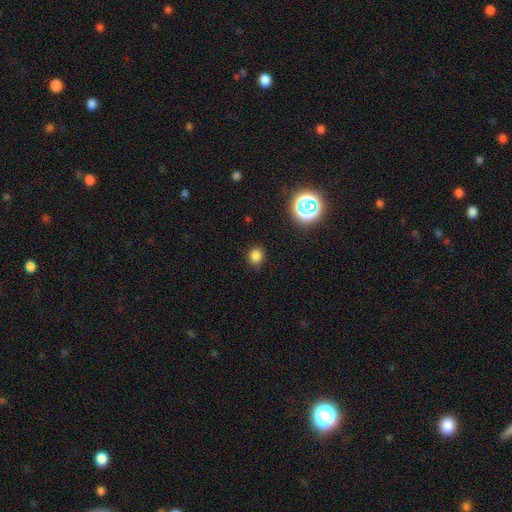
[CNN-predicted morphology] The model was most divided on "how rounded": round: 79%, in between: 20%, cigar-shaped: 1%. More confident: merging — none (83%); smooth or featured — smooth (79%).